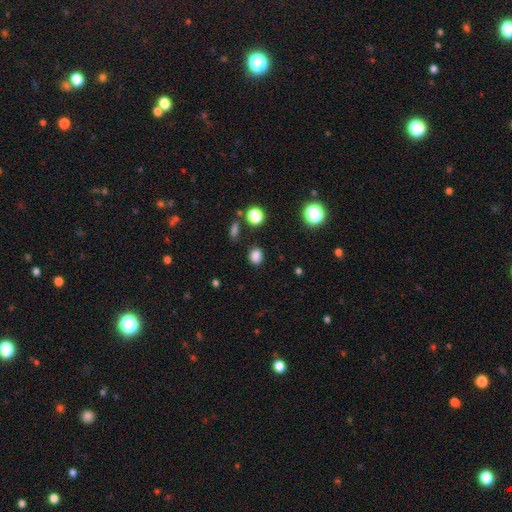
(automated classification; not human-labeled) A smooth galaxy with no disk features (82%) that is round (62%).

Vote fractions:
- Smooth or featured? smooth: 82% / star or artifact: 14% / featured or disk: 4%
- How rounded? round: 62% / in between: 37% / cigar-shaped: 1%
- Merging? none: 83% / minor disturbance: 11% / major disturbance: 3% / merger: 3%